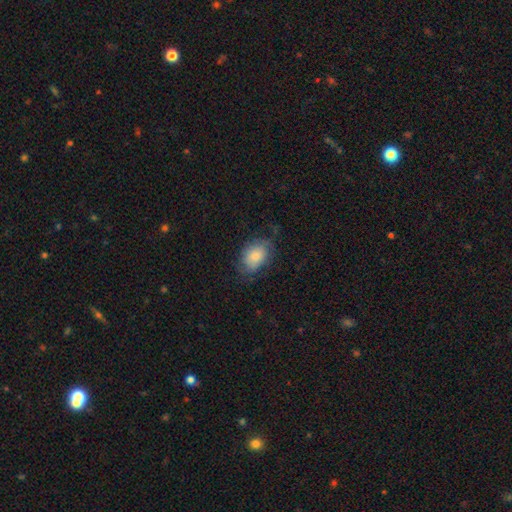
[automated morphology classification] This appears to be a smooth galaxy with no disk features (78%) that is in between round and cigar-shaped (82%). Merging: none (62%).